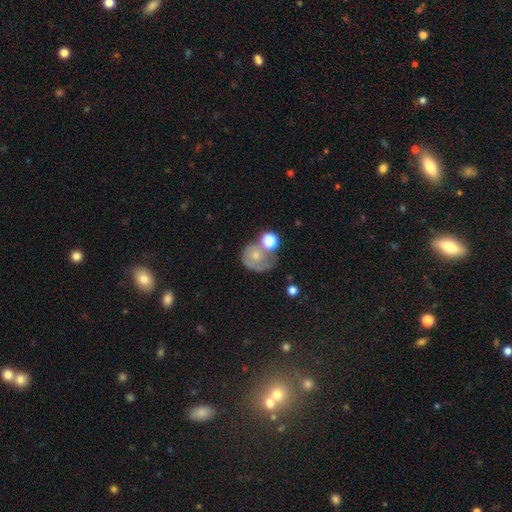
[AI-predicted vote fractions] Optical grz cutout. It shows a smooth galaxy with no disk features (56%) that is round (74%). Merging: none (33%).